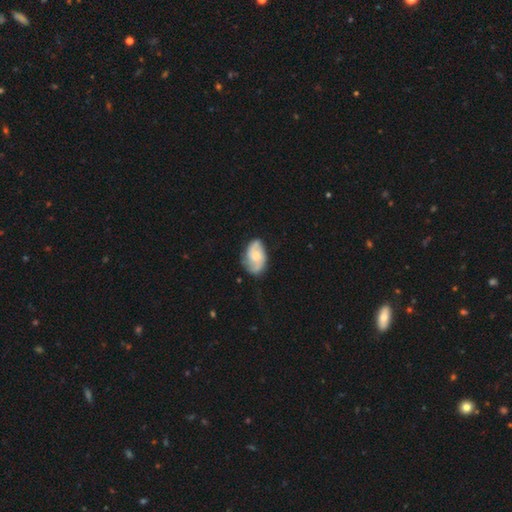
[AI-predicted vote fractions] This is likely a featured or disk galaxy (63%). It is clearly not viewed edge-on (97%). Bar: likely no (67%). Spiral arm pattern: clearly yes (90%). Spiral arm count: likely 2 (71%). Spiral winding: marginally medium (45%). Central bulge: marginally moderate (44%). Merging: likely none (67%).